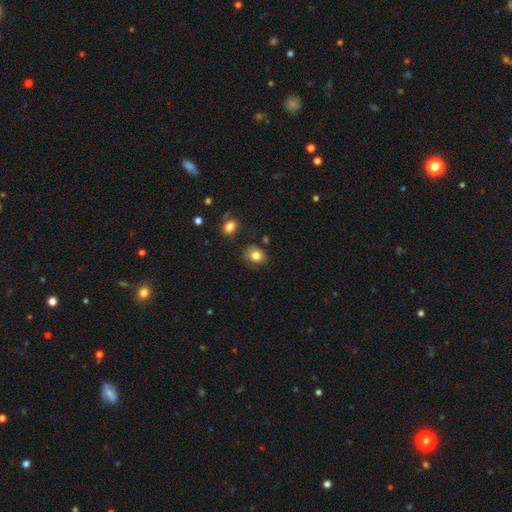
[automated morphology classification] Smooth or featured: smooth — 82% (star or artifact — 10%)
How rounded: round — 63% (in between — 36%)
Merging: none — 77% (minor disturbance — 16%)